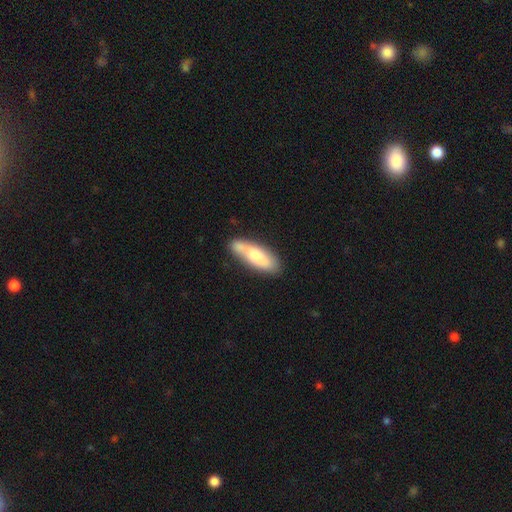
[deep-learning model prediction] A smooth galaxy with no disk features (71%) that is in between round and cigar-shaped (56%).

Vote fractions:
- Smooth or featured? smooth: 71% / featured or disk: 23% / star or artifact: 6%
- How rounded? in between: 56% / cigar-shaped: 42% / round: 2%
- Merging? none: 66% / minor disturbance: 18% / merger: 12% / major disturbance: 4%